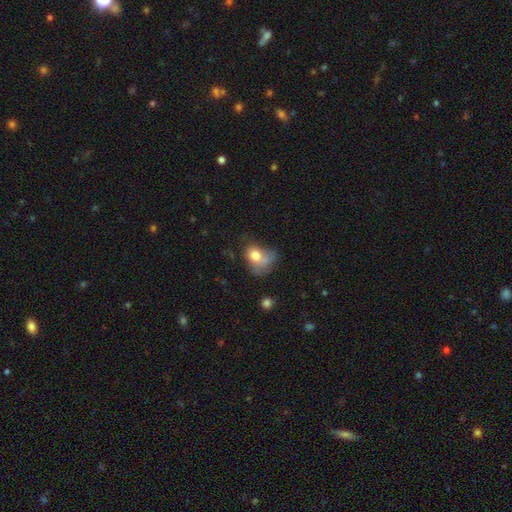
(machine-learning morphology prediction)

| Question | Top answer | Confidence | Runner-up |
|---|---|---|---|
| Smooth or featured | smooth | 70% | featured or disk (19%) |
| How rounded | in between | 62% | round (37%) |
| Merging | major disturbance | 38% | minor disturbance (27%) |